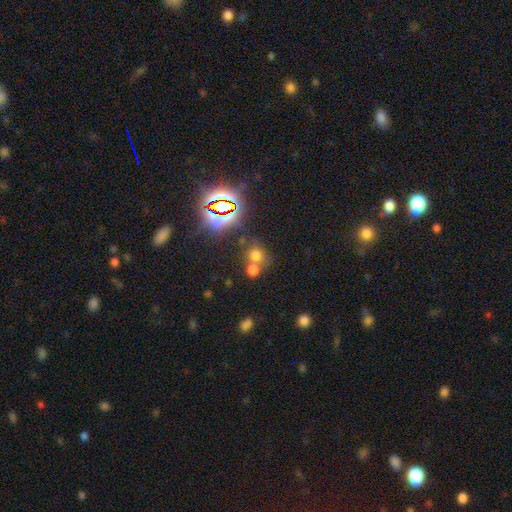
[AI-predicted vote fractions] smooth_or_featured: smooth (p=0.62) [alt: star or artifact p=0.28]
how_rounded: round (p=0.74) [alt: in between p=0.25]
merging: none (p=0.47) [alt: merger p=0.41]